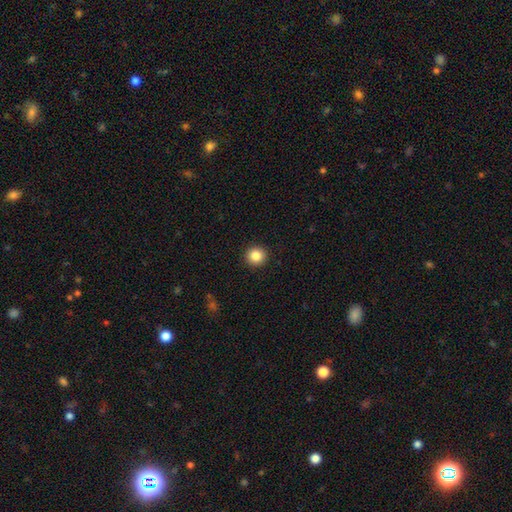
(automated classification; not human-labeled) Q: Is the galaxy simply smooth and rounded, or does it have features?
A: smooth — 85%.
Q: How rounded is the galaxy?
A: round — 94%.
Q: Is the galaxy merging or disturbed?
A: none — 93%.